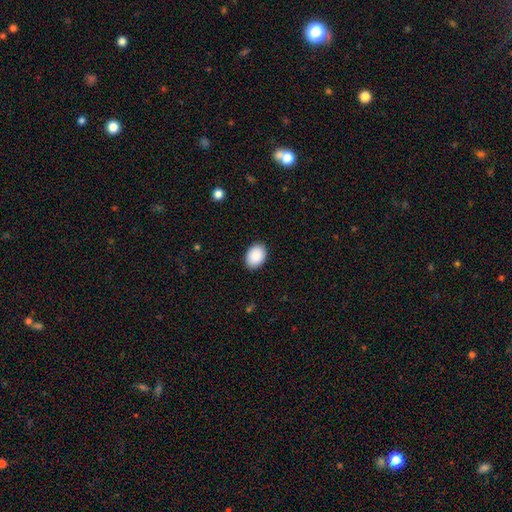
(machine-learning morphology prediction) A smooth galaxy with no disk features (90%) that is in between round and cigar-shaped (77%).

Vote fractions:
- Smooth or featured? smooth: 90% / star or artifact: 7% / featured or disk: 3%
- How rounded? in between: 77% / round: 22% / cigar-shaped: 1%
- Merging? none: 89% / minor disturbance: 8% / major disturbance: 2% / merger: 1%